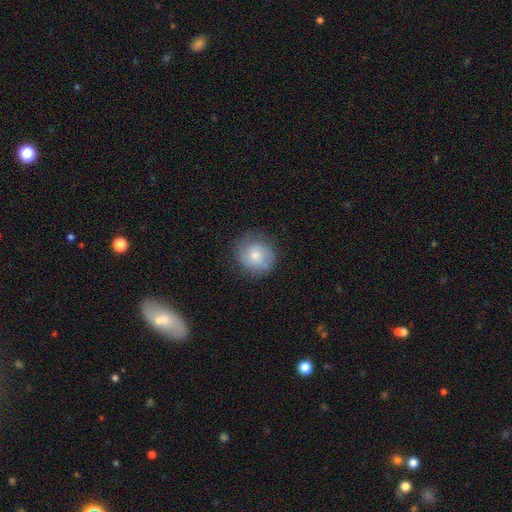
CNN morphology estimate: This is likely a smooth galaxy (61%). How rounded: clearly round (86%). Merging: likely none (75%).